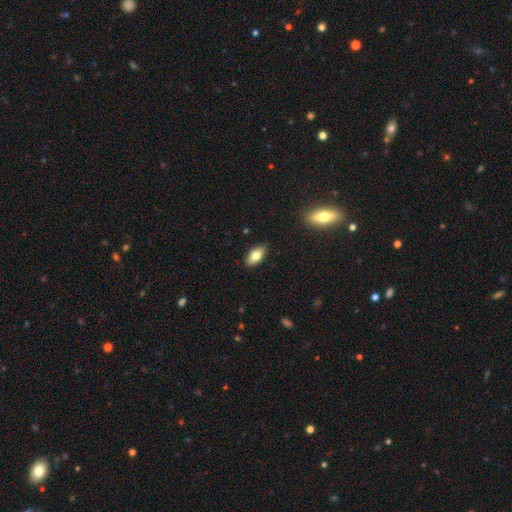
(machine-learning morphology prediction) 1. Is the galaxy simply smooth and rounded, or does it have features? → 74% smooth, 18% featured or disk, 7% star or artifact.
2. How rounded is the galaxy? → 88% in between, 9% cigar-shaped, 3% round.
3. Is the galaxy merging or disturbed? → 86% none, 11% minor disturbance, 2% major disturbance, 1% merger.